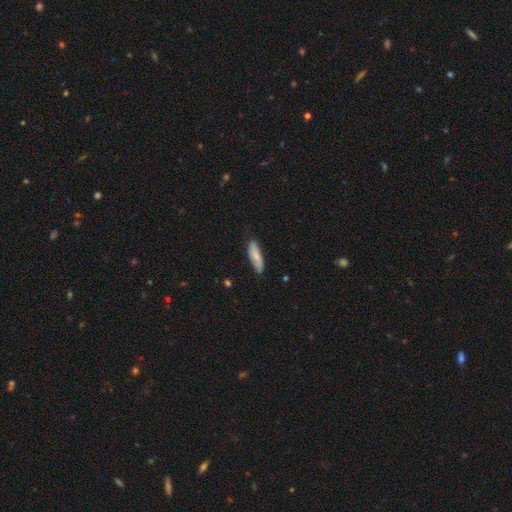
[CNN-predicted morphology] smooth_or_featured: smooth (p=0.75) [alt: featured or disk p=0.19]
how_rounded: cigar-shaped (p=0.56) [alt: in between p=0.43]
merging: none (p=0.77) [alt: minor disturbance p=0.18]